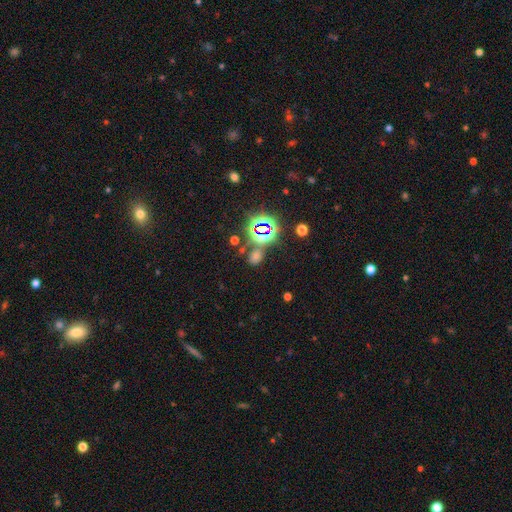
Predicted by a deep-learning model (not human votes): star or artifact 55%, smooth 37%, featured or disk 7%.